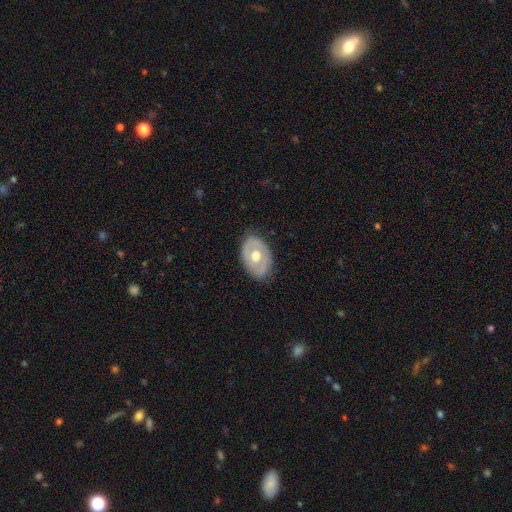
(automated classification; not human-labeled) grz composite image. It shows a featured or disk galaxy (55%). Merging: none (80%).